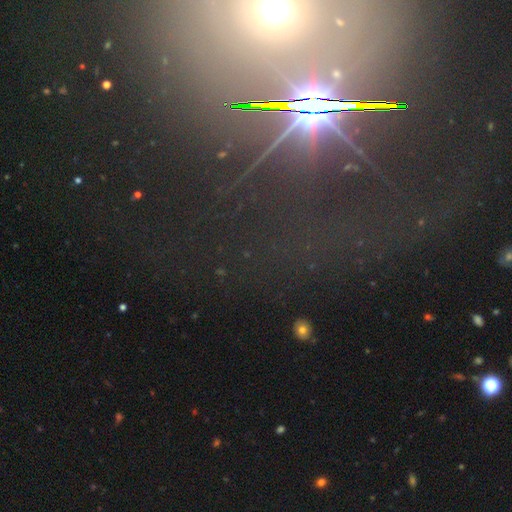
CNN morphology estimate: Smooth or featured?
  - star or artifact: 73% *
  - featured or disk: 15%
  - smooth: 12%